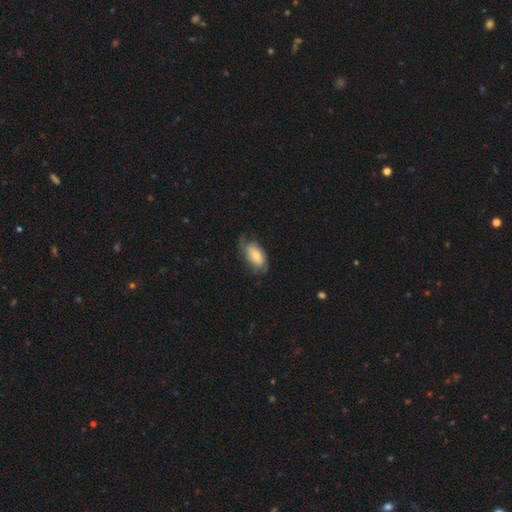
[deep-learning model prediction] A smooth galaxy with no disk features (57%) that is in between round and cigar-shaped (92%). Merging: none (52%).